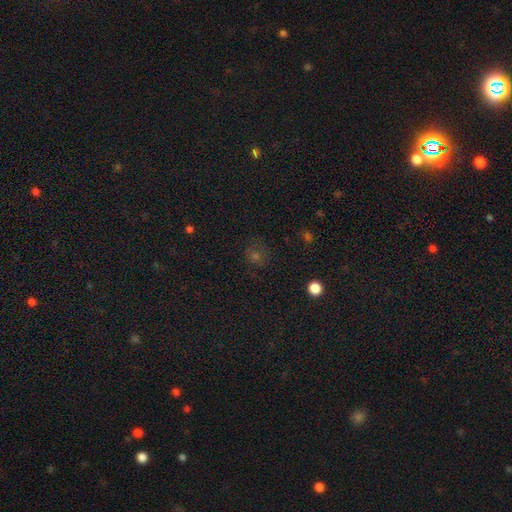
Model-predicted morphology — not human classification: Q: Smooth or featured?
A: smooth (52%); runner-up: star or artifact (37%)
Q: How rounded?
A: round (84%); runner-up: in between (15%)
Q: Merging?
A: none (78%); runner-up: minor disturbance (14%)